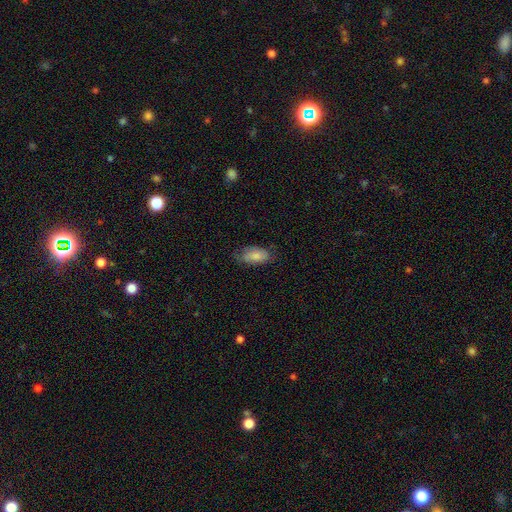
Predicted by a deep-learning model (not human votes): smooth_or_featured: smooth (p=0.78) [alt: featured or disk p=0.15]
how_rounded: in between (p=0.92) [alt: cigar-shaped p=0.04]
merging: none (p=0.64) [alt: minor disturbance p=0.27]